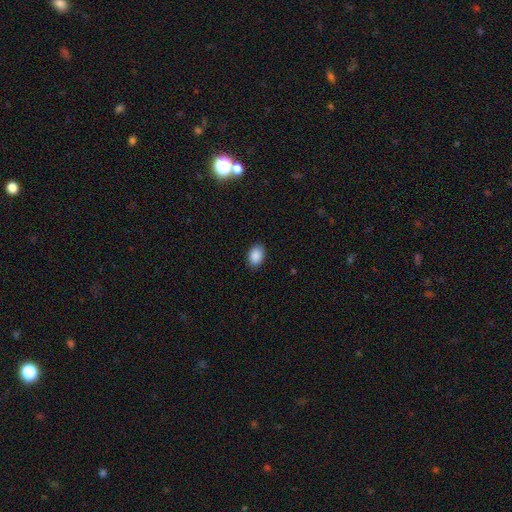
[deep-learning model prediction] Smooth or featured?
  - smooth: 89% *
  - star or artifact: 8%
  - featured or disk: 3%
How rounded?
  - in between: 80% *
  - round: 19%
  - cigar-shaped: 1%
Merging?
  - none: 87% *
  - minor disturbance: 9%
  - major disturbance: 2%
  - merger: 1%